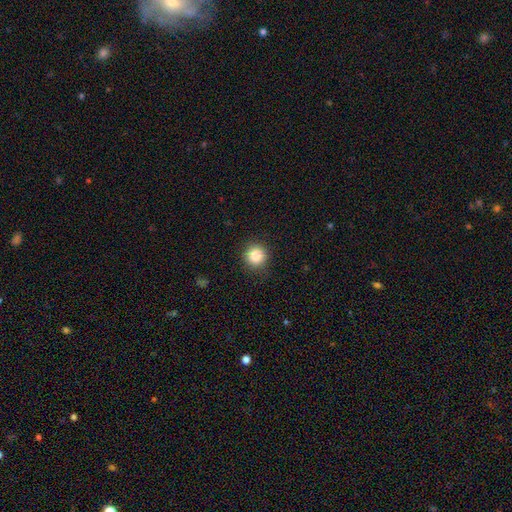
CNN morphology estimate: A smooth galaxy with no disk features (85%) that is round (95%).

Vote fractions:
- Smooth or featured? smooth: 85% / star or artifact: 10% / featured or disk: 5%
- How rounded? round: 95% / in between: 4% / cigar-shaped: 1%
- Merging? none: 90% / minor disturbance: 7% / major disturbance: 2% / merger: 1%